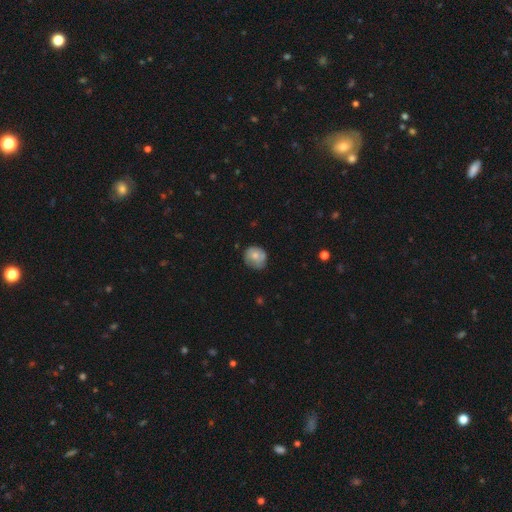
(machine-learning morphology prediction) The model was most divided on "smooth or featured": smooth: 64%, featured or disk: 29%, star or artifact: 8%. More confident: how rounded — round (79%); merging — none (64%).